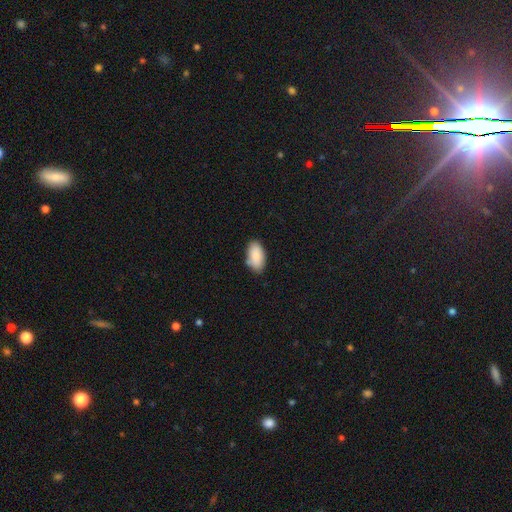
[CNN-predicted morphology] smooth_or_featured: smooth (p=0.88) [alt: star or artifact p=0.06]
how_rounded: in between (p=0.94) [alt: cigar-shaped p=0.03]
merging: none (p=0.79) [alt: minor disturbance p=0.15]